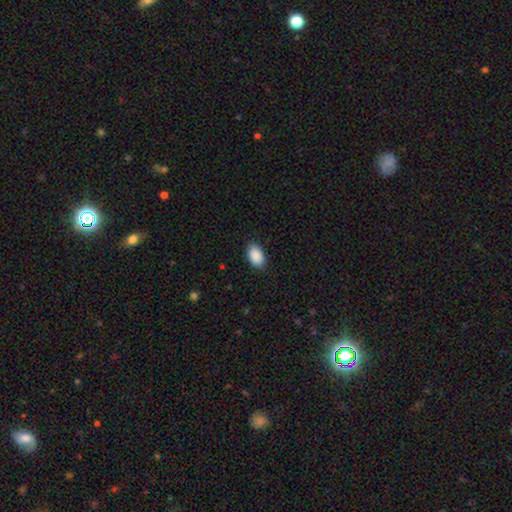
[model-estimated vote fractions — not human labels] smooth-or-featured: smooth: 91% | star or artifact: 7% | featured or disk: 3%
  how-rounded: in between: 93% | round: 6% | cigar-shaped: 1%
  merging: none: 87% | minor disturbance: 10% | major disturbance: 2% | merger: 1%